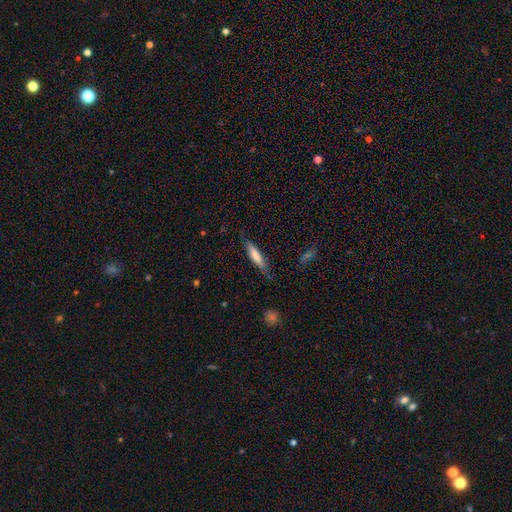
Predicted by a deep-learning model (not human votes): Smooth or featured? Predicted: smooth (p=0.68). How rounded? Predicted: cigar-shaped (p=0.84). Merging? Predicted: none (p=0.76).